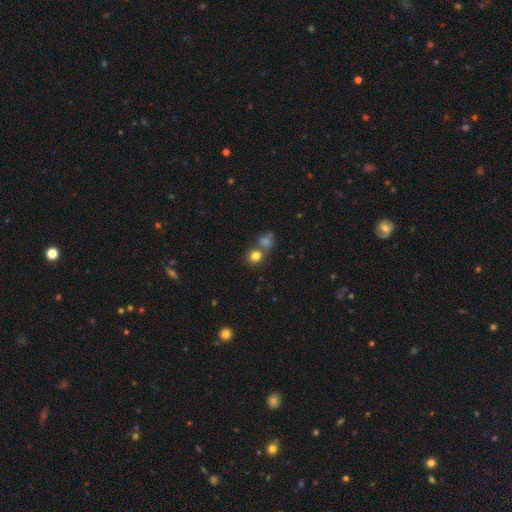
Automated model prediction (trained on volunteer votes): Morphology: type=smooth (80%); roundness=round (84%); merging=none (56%).